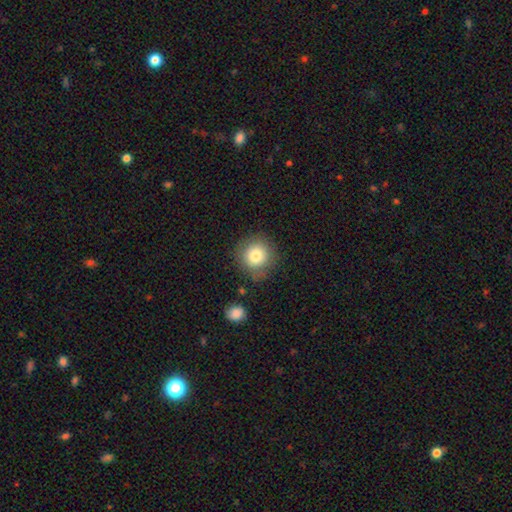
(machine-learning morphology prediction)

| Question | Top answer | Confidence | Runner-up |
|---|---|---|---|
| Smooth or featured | smooth | 80% | star or artifact (10%) |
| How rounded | round | 91% | in between (8%) |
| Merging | none | 80% | minor disturbance (13%) |